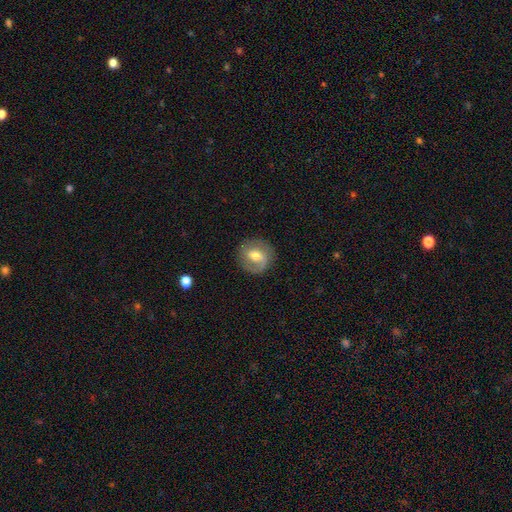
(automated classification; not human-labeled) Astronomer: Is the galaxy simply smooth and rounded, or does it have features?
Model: featured or disk — 61%.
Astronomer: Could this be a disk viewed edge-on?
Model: no — 96%.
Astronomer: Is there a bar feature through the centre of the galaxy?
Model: weak — 46% (runner-up: no, 33%).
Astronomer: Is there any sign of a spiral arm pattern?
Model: yes — 79%.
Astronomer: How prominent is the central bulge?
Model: moderate — 65%.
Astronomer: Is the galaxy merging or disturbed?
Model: none — 82%.